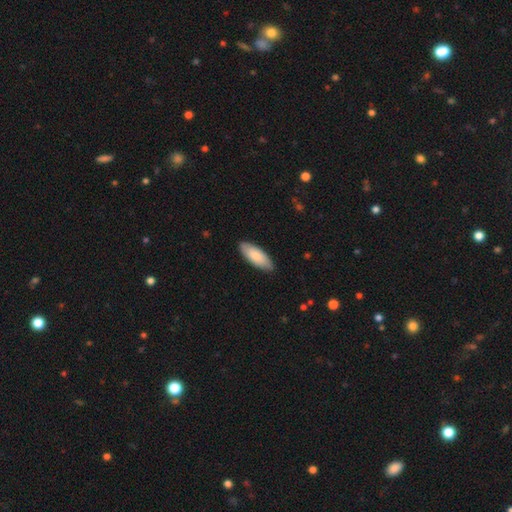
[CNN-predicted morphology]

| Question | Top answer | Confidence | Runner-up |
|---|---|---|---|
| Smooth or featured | smooth | 81% | featured or disk (14%) |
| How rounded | in between | 79% | cigar-shaped (20%) |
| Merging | none | 85% | minor disturbance (12%) |